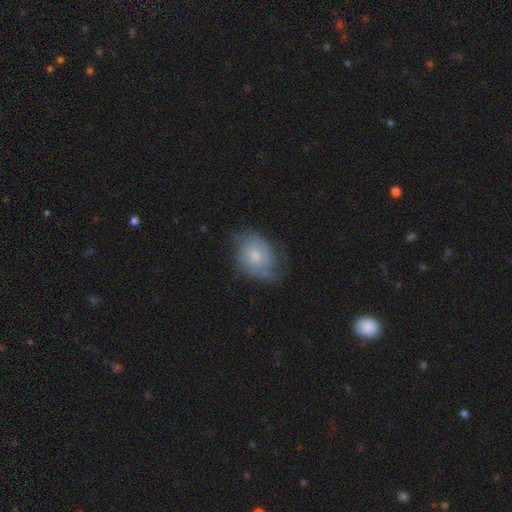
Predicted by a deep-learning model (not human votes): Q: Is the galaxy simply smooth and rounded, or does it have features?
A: featured or disk — 51%.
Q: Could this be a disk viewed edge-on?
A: no — 97%.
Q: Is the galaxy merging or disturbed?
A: none — 56%.